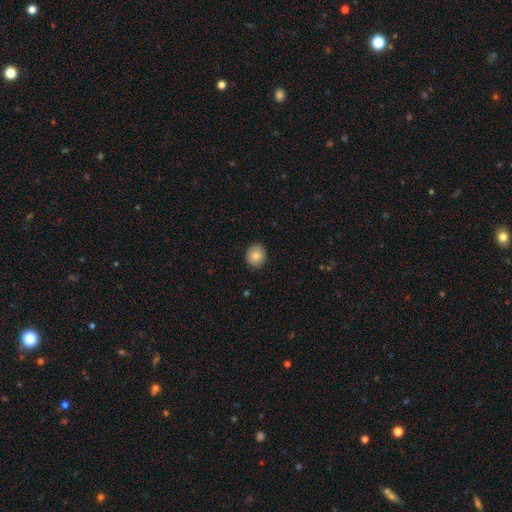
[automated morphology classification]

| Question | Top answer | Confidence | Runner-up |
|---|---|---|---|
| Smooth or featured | smooth | 83% | featured or disk (9%) |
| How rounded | round | 79% | in between (20%) |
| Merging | none | 90% | minor disturbance (8%) |